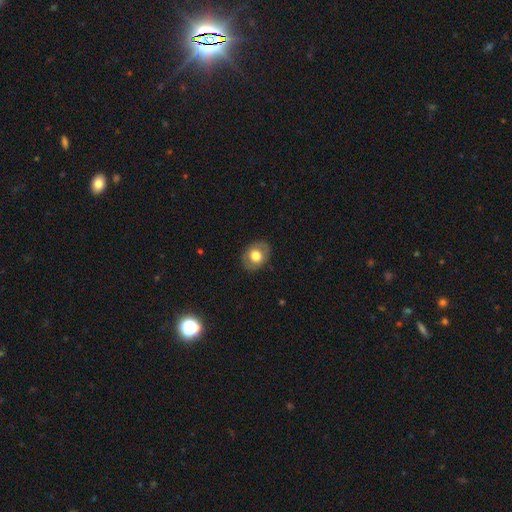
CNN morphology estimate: This appears to be a smooth galaxy with no disk features (72%) that is in between round and cigar-shaped (58%). Merging: none (85%).